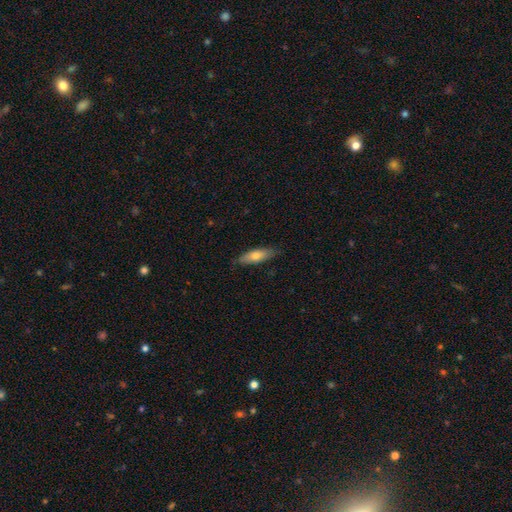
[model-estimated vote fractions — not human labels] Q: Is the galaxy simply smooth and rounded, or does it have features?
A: smooth — 68%.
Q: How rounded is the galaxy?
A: in between — 52%.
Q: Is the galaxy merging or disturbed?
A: none — 81%.